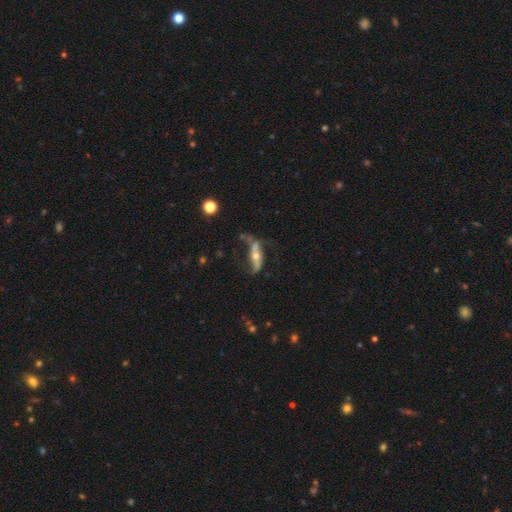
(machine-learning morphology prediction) Smooth or featured: featured or disk — 71% (smooth — 22%)
Edge-on disk: no — 58% (yes — 42%)
Merging: none — 51% (minor disturbance — 23%)